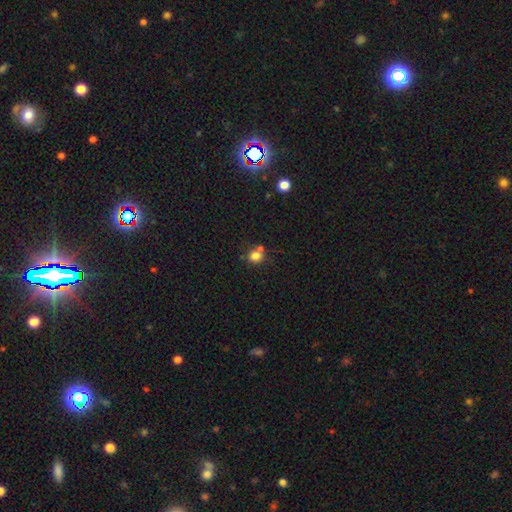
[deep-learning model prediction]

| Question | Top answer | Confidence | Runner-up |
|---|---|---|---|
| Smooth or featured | smooth | 80% | star or artifact (12%) |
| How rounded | round | 77% | in between (22%) |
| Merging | none | 55% | merger (28%) |